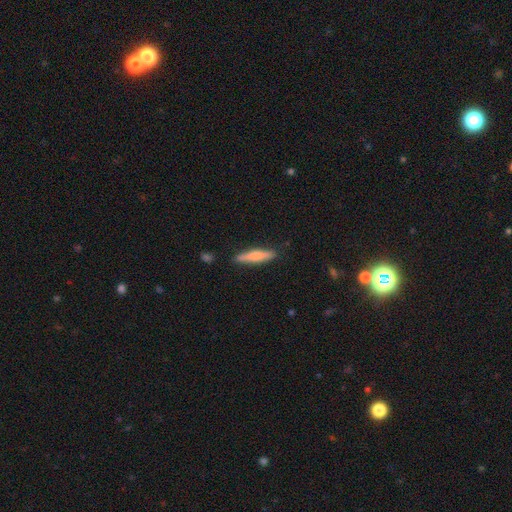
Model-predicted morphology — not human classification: A smooth galaxy with no disk features (63%) that is cigar-shaped (87%).

Vote fractions:
- Smooth or featured? smooth: 63% / featured or disk: 32% / star or artifact: 5%
- How rounded? cigar-shaped: 87% / in between: 12% / round: 2%
- Merging? none: 86% / minor disturbance: 10% / major disturbance: 2% / merger: 2%